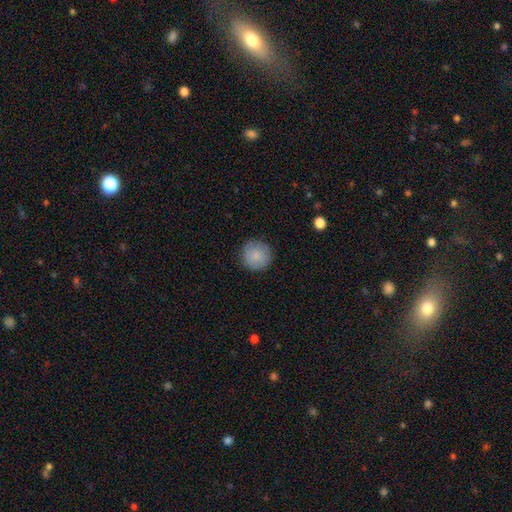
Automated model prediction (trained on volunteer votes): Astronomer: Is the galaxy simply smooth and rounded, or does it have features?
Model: smooth — 85%.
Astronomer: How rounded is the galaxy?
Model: round — 95%.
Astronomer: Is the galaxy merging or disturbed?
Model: none — 87%.